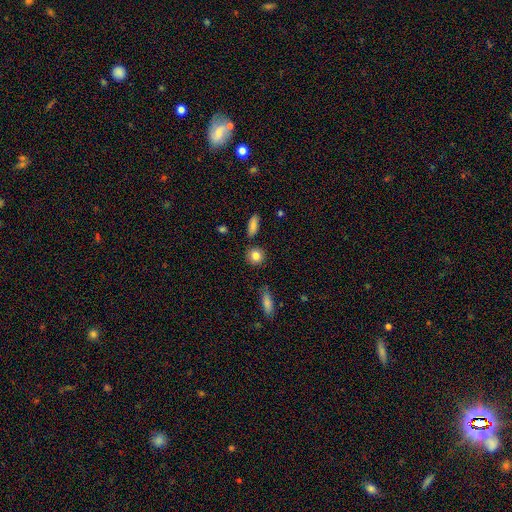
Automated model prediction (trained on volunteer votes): A smooth galaxy with no disk features (84%) that is round (81%). Merging: none (84%).